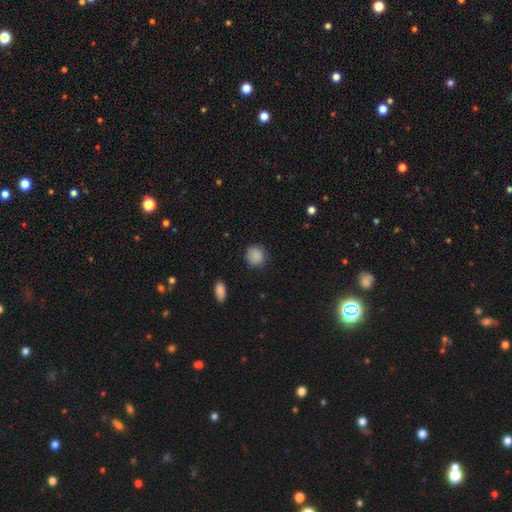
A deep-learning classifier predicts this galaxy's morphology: This appears to be a smooth galaxy with no disk features (88%) that is round (87%). Merging: none (84%).